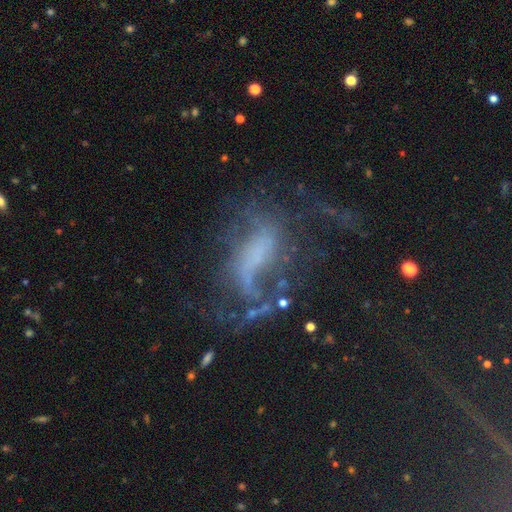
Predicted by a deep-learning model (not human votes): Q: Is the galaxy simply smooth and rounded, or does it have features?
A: featured or disk — 66%.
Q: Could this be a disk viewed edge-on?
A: no — 92%.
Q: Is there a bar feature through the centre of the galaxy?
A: no — 40%.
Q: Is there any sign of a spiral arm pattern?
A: yes — 67%.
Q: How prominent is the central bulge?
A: none — 49%.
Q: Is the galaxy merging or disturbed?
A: major disturbance — 41%.